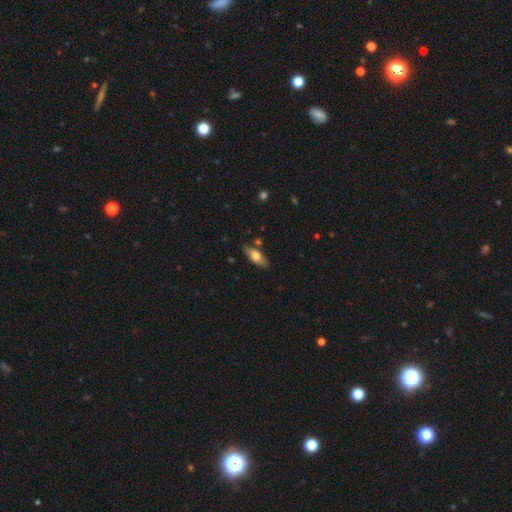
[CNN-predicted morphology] Q: Smooth or featured?
A: smooth (63%); runner-up: featured or disk (31%)
Q: How rounded?
A: in between (70%); runner-up: cigar-shaped (27%)
Q: Merging?
A: none (80%); runner-up: minor disturbance (14%)